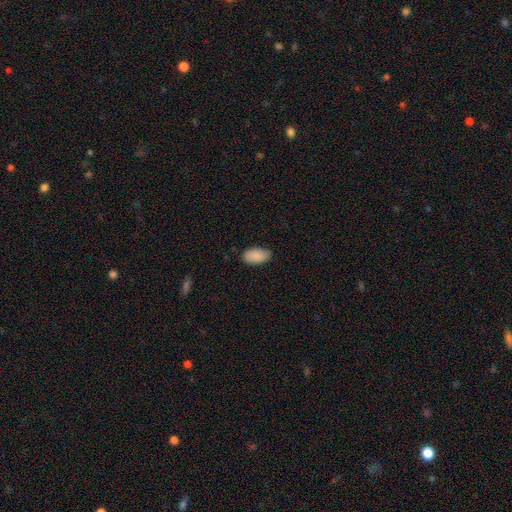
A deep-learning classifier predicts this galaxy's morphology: type=smooth (89%); roundness=in between (95%); merging=none (85%).